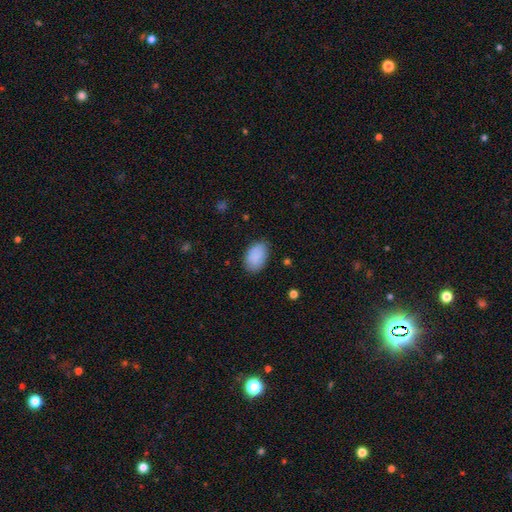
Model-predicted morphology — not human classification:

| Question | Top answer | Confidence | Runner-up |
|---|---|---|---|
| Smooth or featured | smooth | 89% | star or artifact (6%) |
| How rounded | in between | 91% | round (8%) |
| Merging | none | 81% | minor disturbance (15%) |